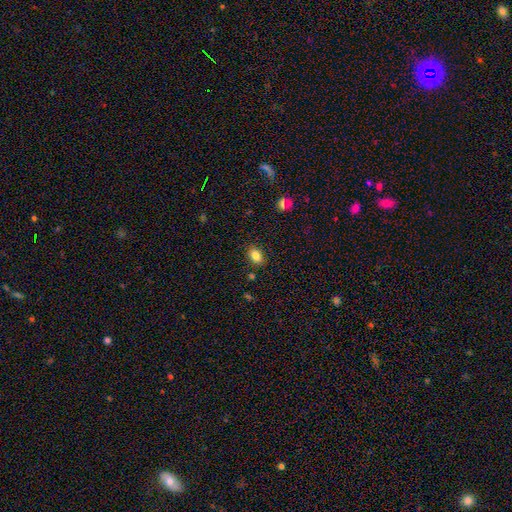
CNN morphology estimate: This is clearly a smooth galaxy (84%). How rounded: clearly in between (82%). Merging: clearly none (86%).